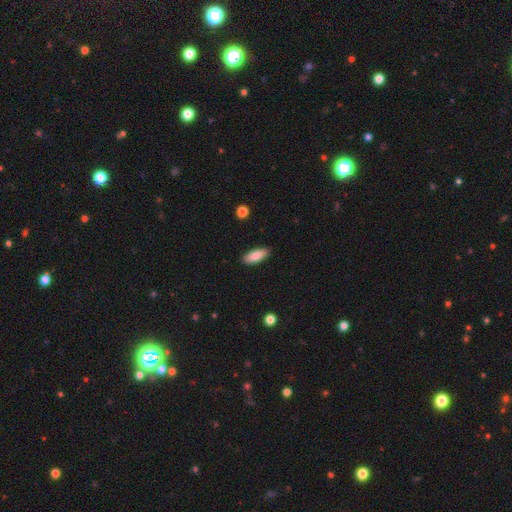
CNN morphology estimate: Smooth or featured? Predicted: smooth (p=0.87). How rounded? Predicted: in between (p=0.80). Merging? Predicted: none (p=0.89).